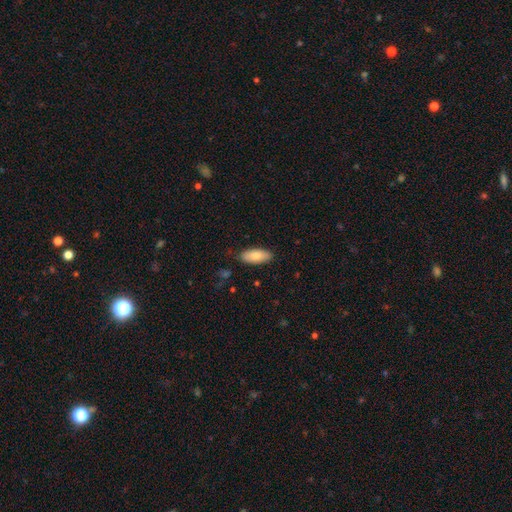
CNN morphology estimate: The model was most divided on "smooth or featured": smooth: 82%, featured or disk: 12%, star or artifact: 6%. More confident: merging — none (85%); how rounded — in between (84%).